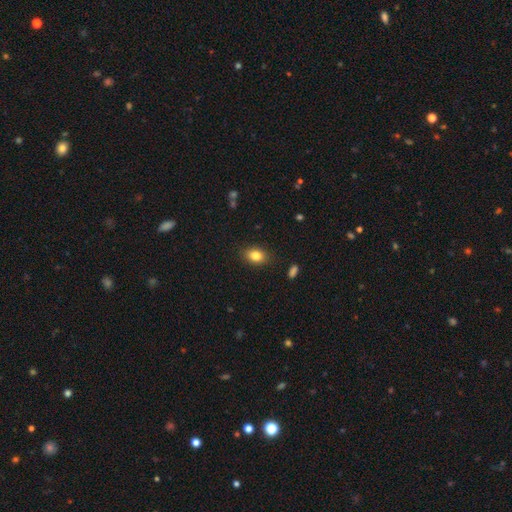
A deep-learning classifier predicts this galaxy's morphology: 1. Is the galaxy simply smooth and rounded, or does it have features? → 84% smooth, 9% star or artifact, 7% featured or disk.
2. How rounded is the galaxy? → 78% in between, 21% round, 2% cigar-shaped.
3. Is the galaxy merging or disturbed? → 86% none, 10% minor disturbance, 3% major disturbance, 1% merger.